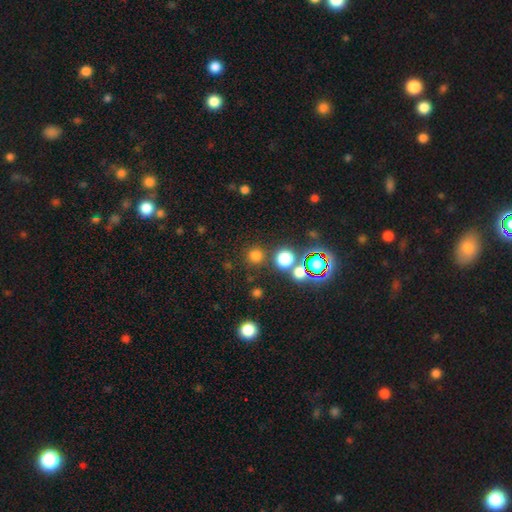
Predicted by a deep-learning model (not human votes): A smooth galaxy with no disk features (71%) that is round (95%).

Vote fractions:
- Smooth or featured? smooth: 71% / star or artifact: 24% / featured or disk: 5%
- How rounded? round: 95% / in between: 4% / cigar-shaped: 1%
- Merging? none: 83% / merger: 8% / minor disturbance: 6% / major disturbance: 3%